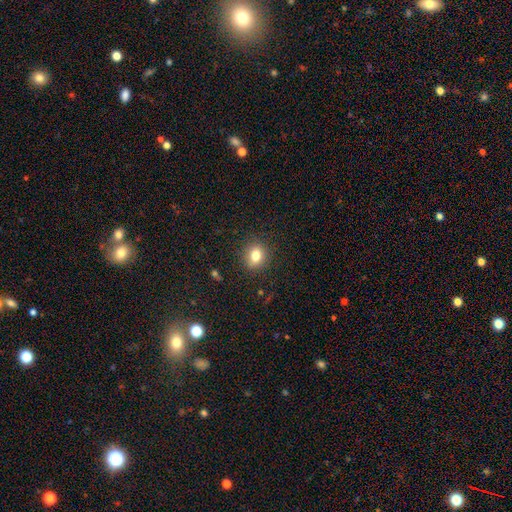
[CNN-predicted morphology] This is likely a smooth galaxy (79%). How rounded: likely round (60%). Merging: clearly none (87%).